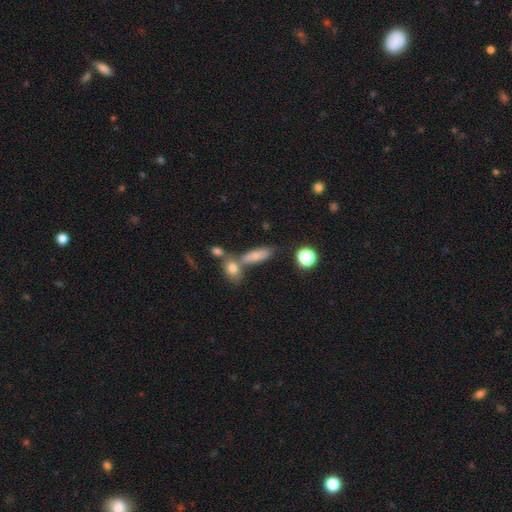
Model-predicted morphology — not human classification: type=smooth (73%); roundness=in between (62%); merging=none (46%).